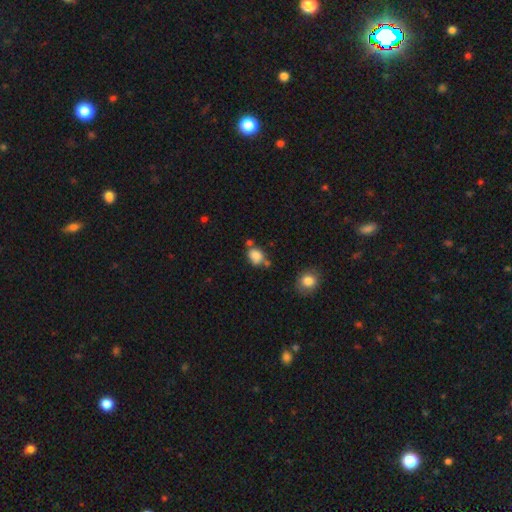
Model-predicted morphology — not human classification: type=smooth (84%); roundness=round (53%); merging=none (55%).